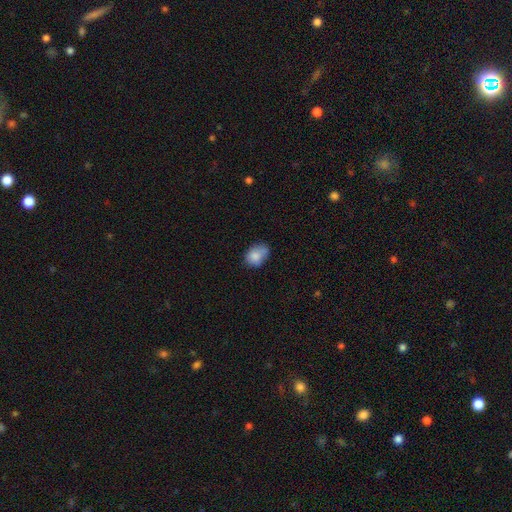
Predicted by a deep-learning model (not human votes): Smooth or featured: smooth — 81% (featured or disk — 10%)
How rounded: in between — 69% (round — 30%)
Merging: none — 49% (minor disturbance — 33%)